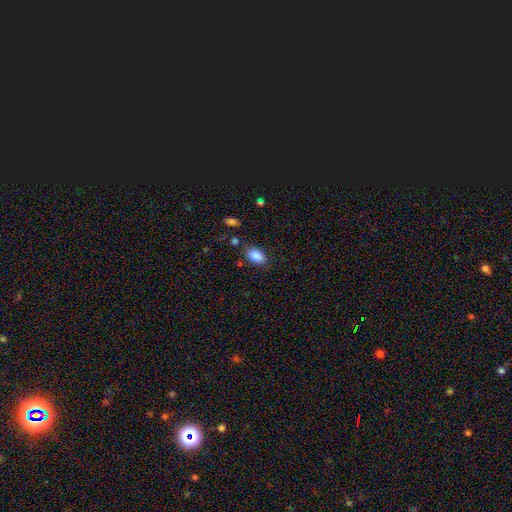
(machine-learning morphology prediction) type=smooth (87%); roundness=in between (89%); merging=none (77%).